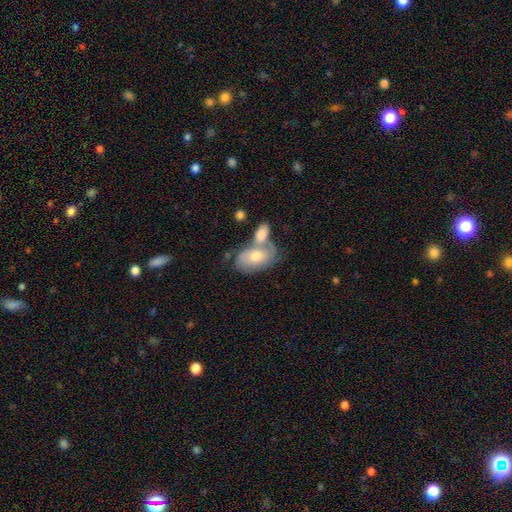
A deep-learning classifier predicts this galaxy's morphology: type=smooth (56%); roundness=in between (92%); merging=merger (49%).